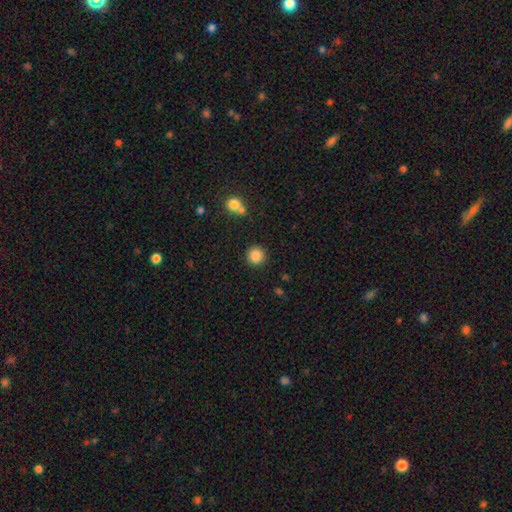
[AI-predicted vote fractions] Overall: smooth (86%). How rounded: round (94%). Merging: none (89%).